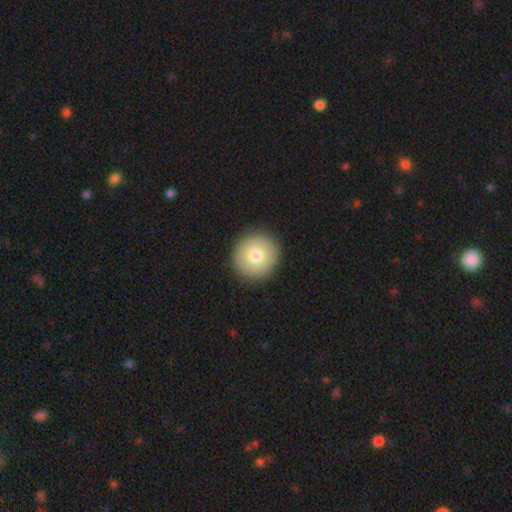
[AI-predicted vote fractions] smooth 78%, featured or disk 14%, star or artifact 8%. Down the decision tree: how rounded — round (95%); merging — none (91%).